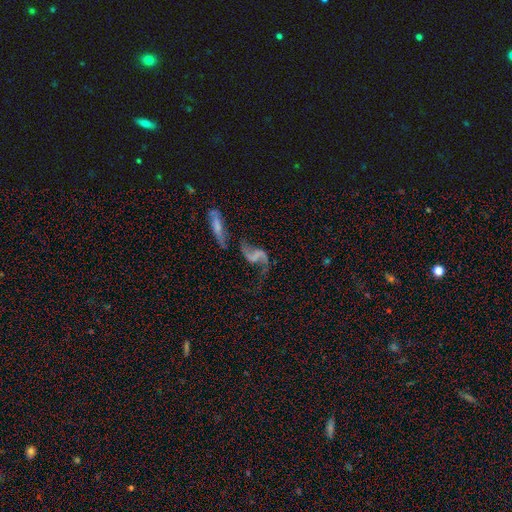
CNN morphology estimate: A featured or disk galaxy (80%) with no bar (45%), 2 (89%) loose (87%) spiral arms (91%) and no central bulge (69%).

Vote fractions:
- Smooth or featured? featured or disk: 80% / smooth: 12% / star or artifact: 8%
- Edge-on disk? no: 95% / yes: 5%
- Bar? no: 45% / weak: 36% / strong: 18%
- Spiral arms? yes: 91% / no: 9%
- Spiral winding? loose: 87% / medium: 10% / tight: 3%
- Spiral arm count? 2: 89% / 1: 7% / can't tell: 2% / 3: 1% / 4: 1% / more than 4: 1%
- Bulge size? none: 69% / small: 17% / moderate: 9% / large: 4% / dominant: 2%
- Merging? none: 47% / merger: 19% / major disturbance: 18% / minor disturbance: 16%